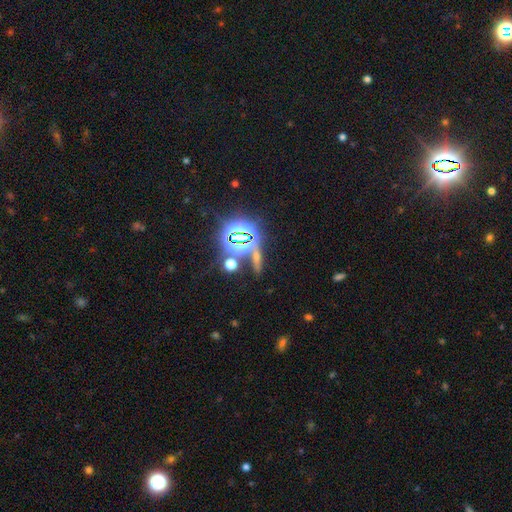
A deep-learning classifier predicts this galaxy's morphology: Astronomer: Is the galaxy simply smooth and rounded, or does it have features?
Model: star or artifact — 69%.